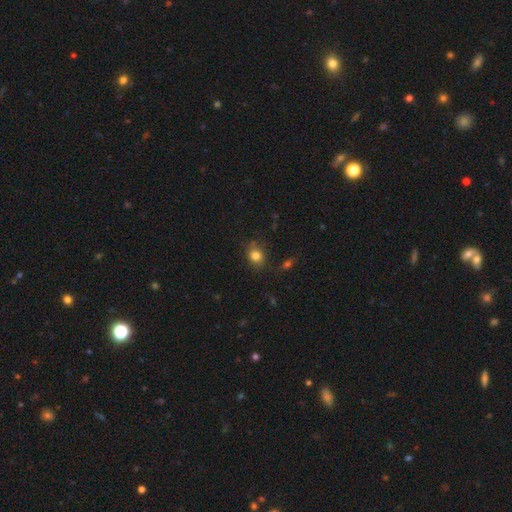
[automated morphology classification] smooth-or-featured: smooth: 81% | star or artifact: 12% | featured or disk: 7%
  how-rounded: round: 63% | in between: 36% | cigar-shaped: 1%
  merging: none: 73% | minor disturbance: 19% | major disturbance: 5% | merger: 3%